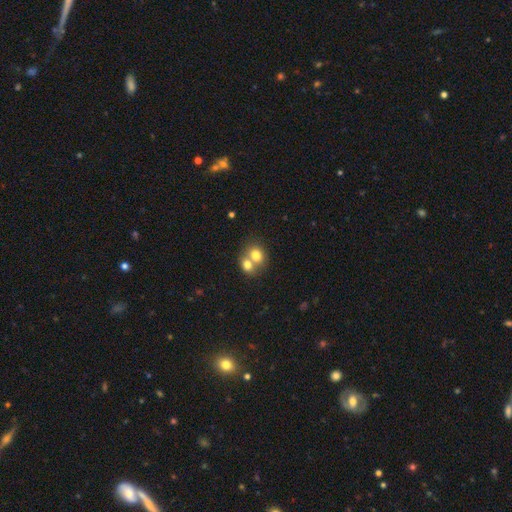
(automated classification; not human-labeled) Q: Smooth or featured?
A: smooth (75%); runner-up: featured or disk (16%)
Q: How rounded?
A: round (64%); runner-up: in between (35%)
Q: Merging?
A: merger (65%); runner-up: none (27%)